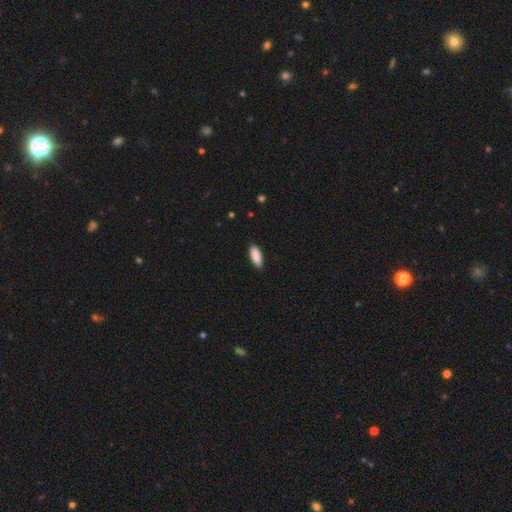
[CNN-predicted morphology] smooth_or_featured: smooth (p=0.90) [alt: star or artifact p=0.06]
how_rounded: in between (p=0.77) [alt: cigar-shaped p=0.22]
merging: none (p=0.86) [alt: minor disturbance p=0.11]